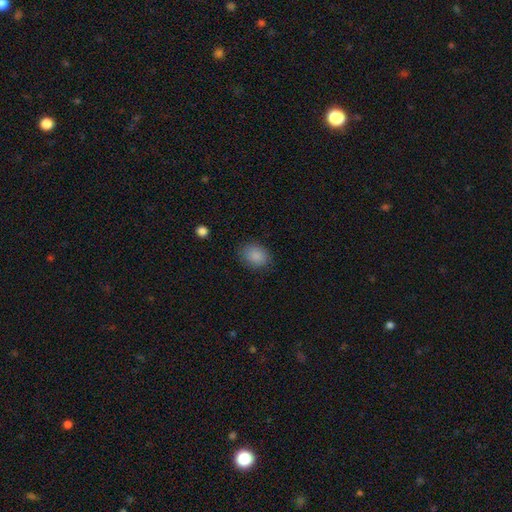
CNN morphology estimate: Smooth or featured?
  - smooth: 87% *
  - star or artifact: 8%
  - featured or disk: 4%
How rounded?
  - in between: 52% *
  - round: 47%
  - cigar-shaped: 1%
Merging?
  - none: 82% *
  - minor disturbance: 13%
  - major disturbance: 4%
  - merger: 1%